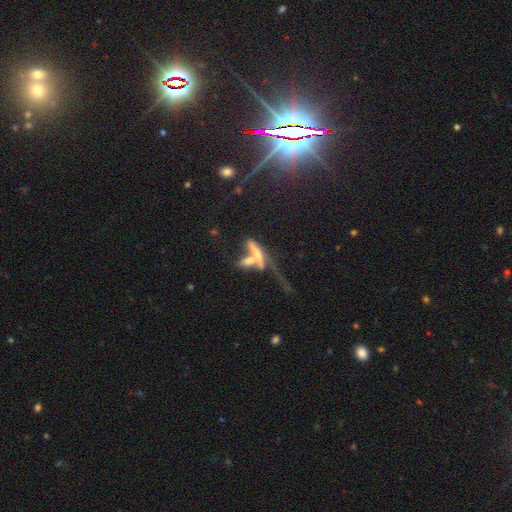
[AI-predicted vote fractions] Smooth or featured: featured or disk — 46% (smooth — 40%)
Merging: merger — 52% (none — 26%)